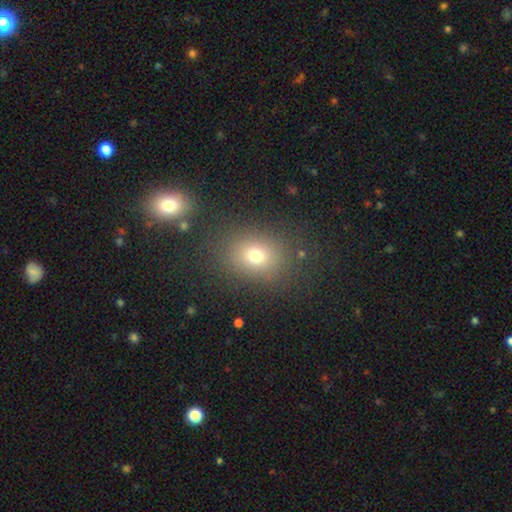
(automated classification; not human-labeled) This is likely a smooth galaxy (73%). How rounded: possibly round (50%). Merging: clearly none (82%).